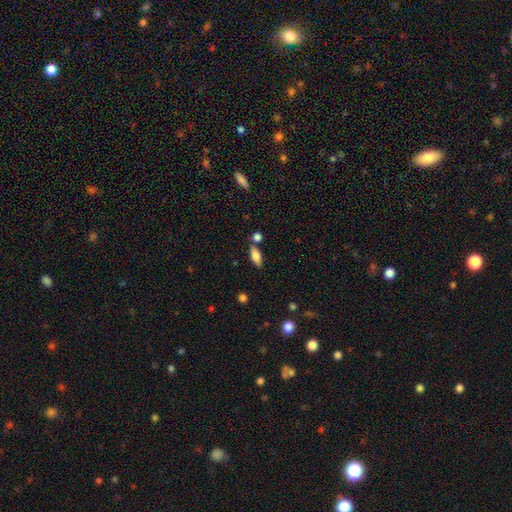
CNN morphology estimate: Smooth or featured? smooth (78%)
How rounded? in between (75%)
Merging? none (72%)